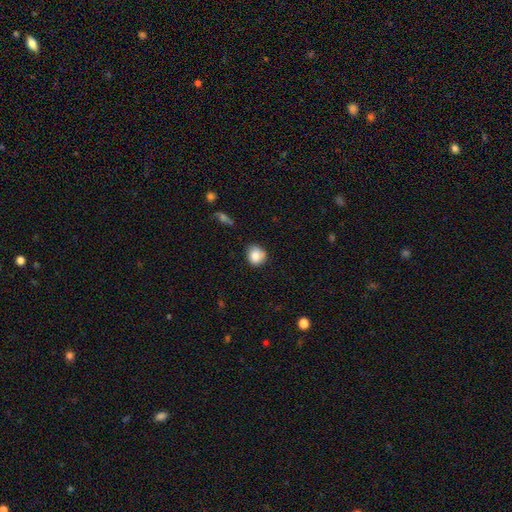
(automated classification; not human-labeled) Smooth or featured: smooth — 84% (star or artifact — 9%)
How rounded: round — 83% (in between — 16%)
Merging: none — 73% (minor disturbance — 21%)